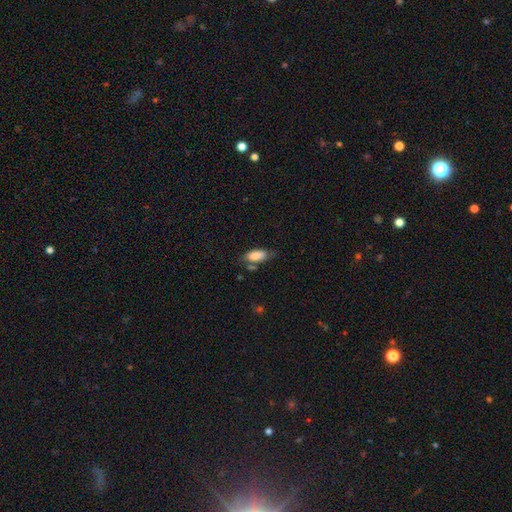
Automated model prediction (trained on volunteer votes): smooth_or_featured: smooth (p=0.81) [alt: featured or disk p=0.12]
how_rounded: in between (p=0.84) [alt: cigar-shaped p=0.13]
merging: none (p=0.54) [alt: minor disturbance p=0.27]